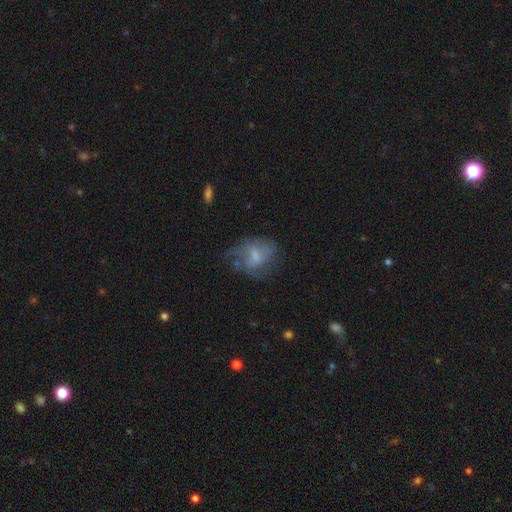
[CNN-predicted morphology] Smooth or featured: featured or disk — 55% (smooth — 36%)
Edge-on disk: no — 97% (yes — 3%)
Bar: no — 51% (weak — 42%)
Spiral arms: yes — 61% (no — 39%)
Bulge size: moderate — 39% (small — 37%)
Merging: none — 42% (major disturbance — 31%)